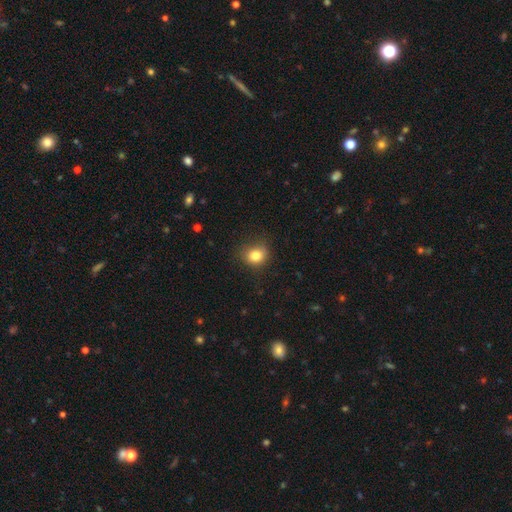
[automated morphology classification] Smooth or featured? Predicted: smooth (p=0.82). How rounded? Predicted: round (p=0.69). Merging? Predicted: none (p=0.75).